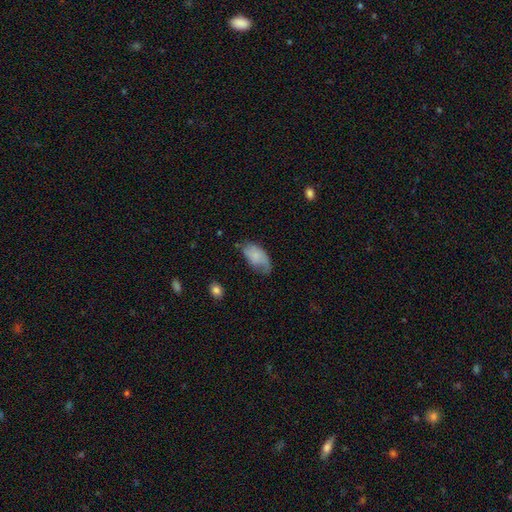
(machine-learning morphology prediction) type=smooth (69%); roundness=in between (94%); merging=none (47%).